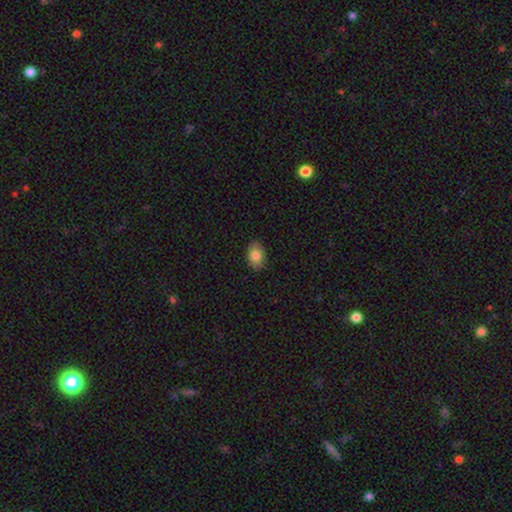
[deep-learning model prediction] Overall: smooth (83%). How rounded: in between (85%). Merging: none (88%).